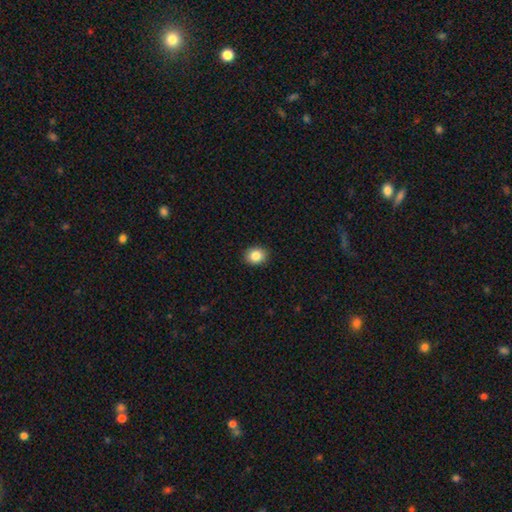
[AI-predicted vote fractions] A smooth galaxy with no disk features (86%) that is round (64%).

Vote fractions:
- Smooth or featured? smooth: 86% / star or artifact: 9% / featured or disk: 5%
- How rounded? round: 64% / in between: 35% / cigar-shaped: 1%
- Merging? none: 90% / minor disturbance: 7% / major disturbance: 2% / merger: 1%